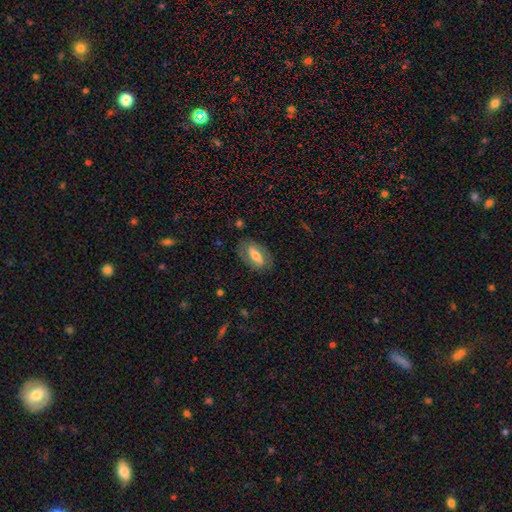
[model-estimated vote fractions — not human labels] A featured or disk galaxy (48%).

Vote fractions:
- Smooth or featured? featured or disk: 48% / smooth: 45% / star or artifact: 7%
- Merging? none: 77% / minor disturbance: 15% / major disturbance: 7% / merger: 1%